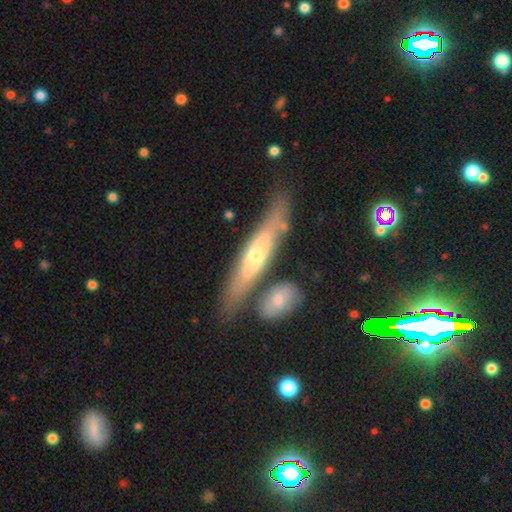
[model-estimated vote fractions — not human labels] Smooth or featured? featured or disk (54%)
Edge-on disk? yes (75%)
Merging? none (67%)